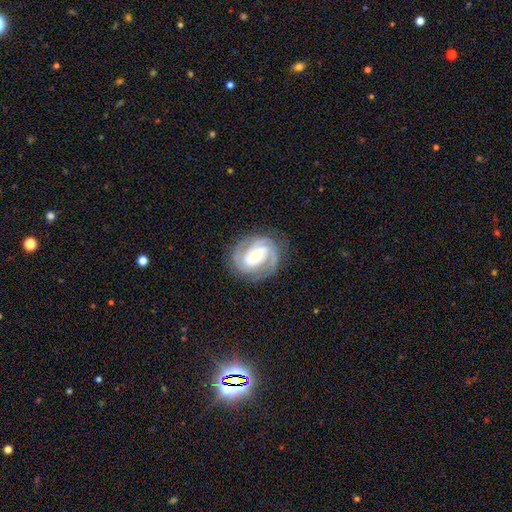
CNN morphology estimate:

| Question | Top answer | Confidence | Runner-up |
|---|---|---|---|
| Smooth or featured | featured or disk | 87% | smooth (8%) |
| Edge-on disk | no | 98% | yes (2%) |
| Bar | no | 41% | weak (38%) |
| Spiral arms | yes | 96% | no (4%) |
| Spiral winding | tight | 60% | medium (34%) |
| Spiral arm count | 2 | 59% | 3 (19%) |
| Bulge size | moderate | 51% | small (40%) |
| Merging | none | 79% | minor disturbance (14%) |